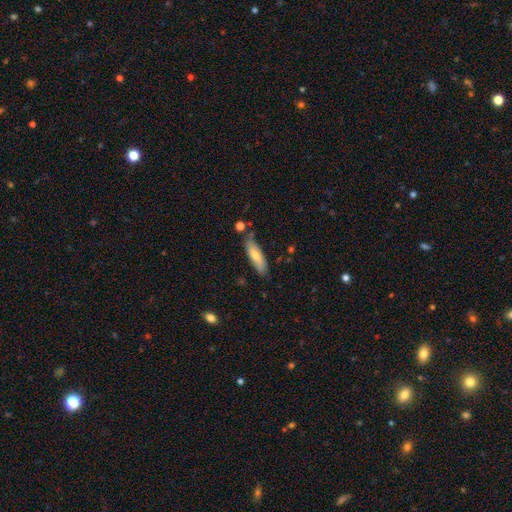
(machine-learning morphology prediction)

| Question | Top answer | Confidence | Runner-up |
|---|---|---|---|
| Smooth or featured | smooth | 72% | featured or disk (22%) |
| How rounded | cigar-shaped | 58% | in between (40%) |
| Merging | none | 71% | minor disturbance (20%) |